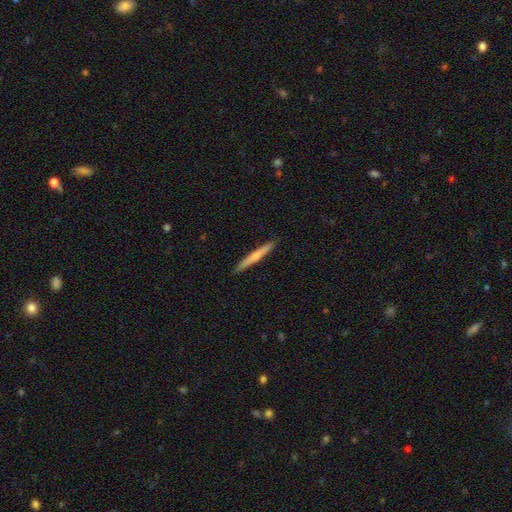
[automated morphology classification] A smooth galaxy with no disk features (54%) that is cigar-shaped (96%).

Vote fractions:
- Smooth or featured? smooth: 54% / featured or disk: 40% / star or artifact: 6%
- How rounded? cigar-shaped: 96% / in between: 2% / round: 1%
- Merging? none: 91% / minor disturbance: 7% / major disturbance: 1% / merger: 1%